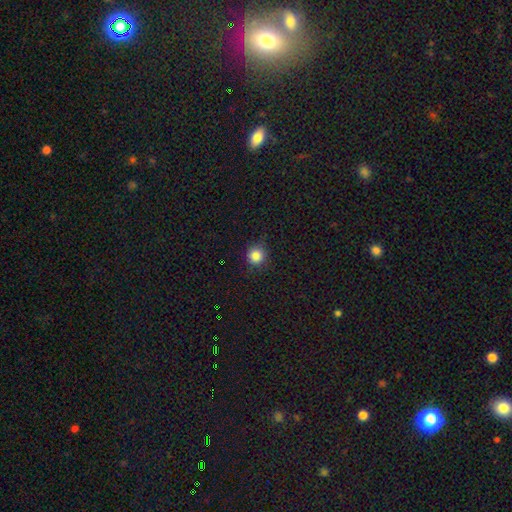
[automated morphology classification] smooth-or-featured: smooth: 84% | star or artifact: 12% | featured or disk: 4%
  how-rounded: round: 93% | in between: 6% | cigar-shaped: 1%
  merging: none: 86% | minor disturbance: 11% | major disturbance: 2% | merger: 1%